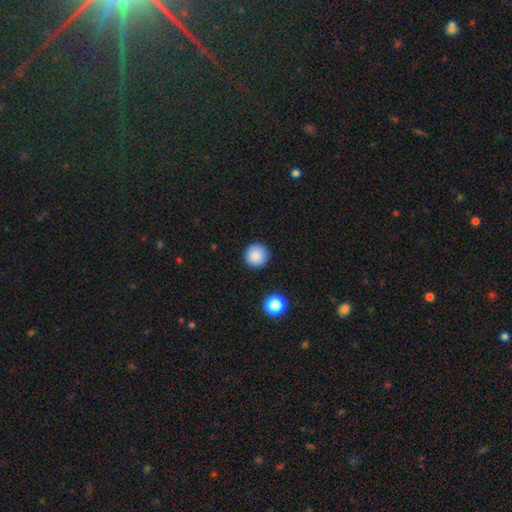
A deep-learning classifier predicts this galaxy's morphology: Smooth or featured? smooth (85%)
How rounded? round (96%)
Merging? none (91%)